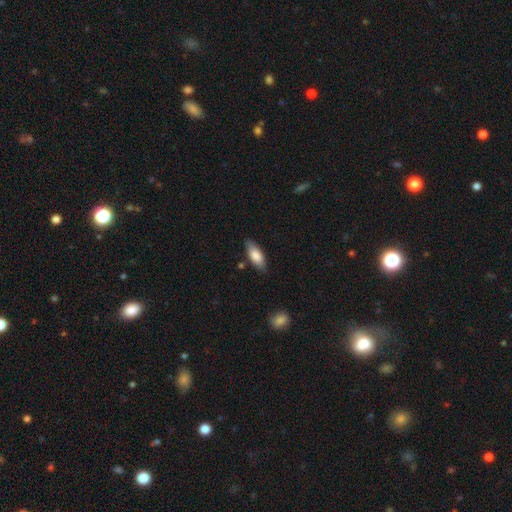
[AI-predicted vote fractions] Morphology: type=smooth (81%); roundness=in between (78%); merging=none (80%).